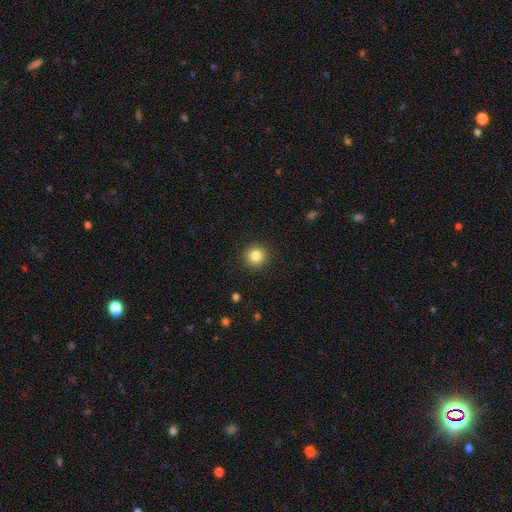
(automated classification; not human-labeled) A smooth galaxy with no disk features (84%) that is round (94%).

Vote fractions:
- Smooth or featured? smooth: 84% / star or artifact: 11% / featured or disk: 6%
- How rounded? round: 94% / in between: 5% / cigar-shaped: 1%
- Merging? none: 91% / minor disturbance: 6% / major disturbance: 2% / merger: 1%